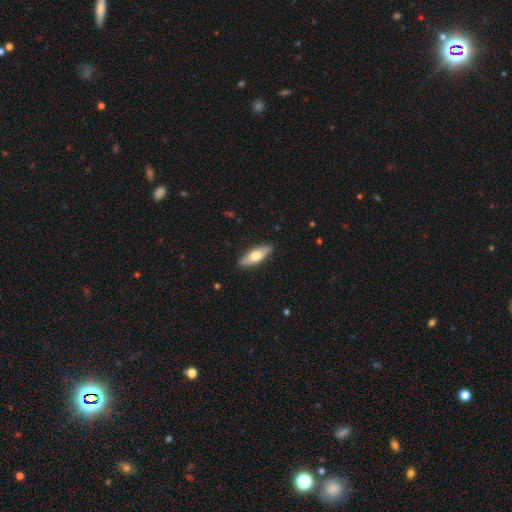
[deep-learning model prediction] smooth_or_featured: smooth (p=0.63) [alt: featured or disk p=0.32]
how_rounded: in between (p=0.64) [alt: cigar-shaped p=0.34]
merging: none (p=0.87) [alt: minor disturbance p=0.10]